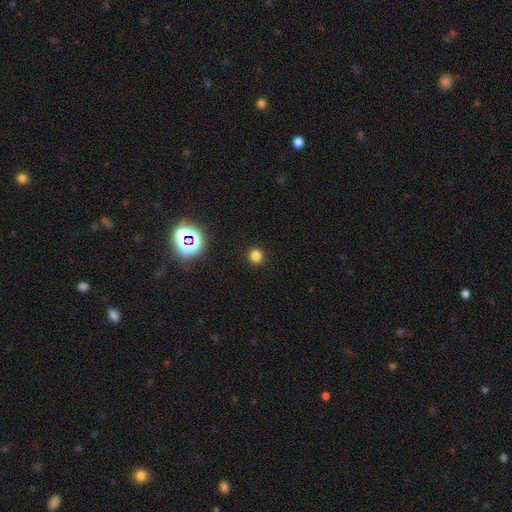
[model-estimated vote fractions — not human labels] Smooth or featured? Predicted: smooth (p=0.78). How rounded? Predicted: round (p=0.85). Merging? Predicted: none (p=0.90).